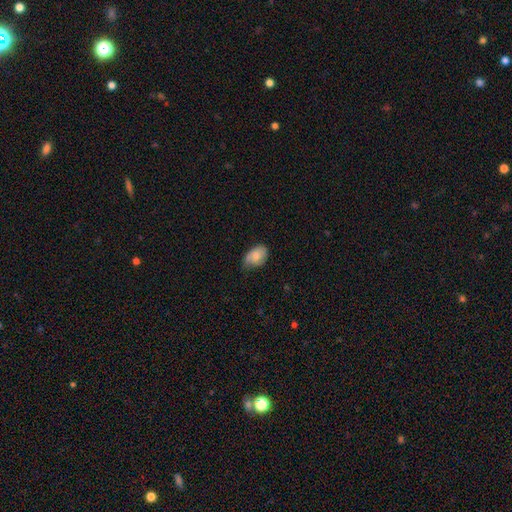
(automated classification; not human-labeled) smooth_or_featured: smooth (p=0.74) [alt: featured or disk p=0.19]
how_rounded: in between (p=0.86) [alt: round p=0.13]
merging: none (p=0.46) [alt: minor disturbance p=0.41]